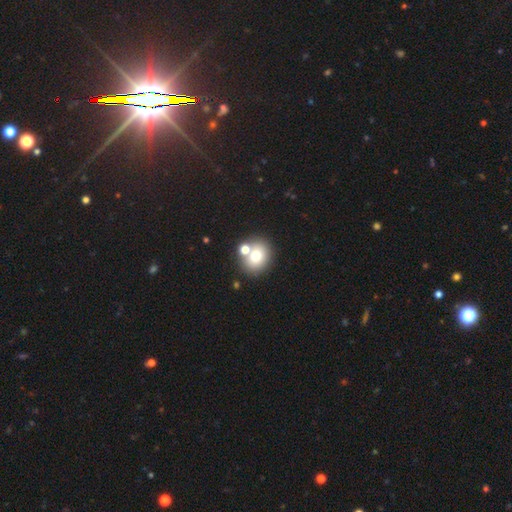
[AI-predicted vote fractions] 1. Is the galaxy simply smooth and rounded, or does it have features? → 72% smooth, 16% featured or disk, 13% star or artifact.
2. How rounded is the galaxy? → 72% round, 27% in between, 1% cigar-shaped.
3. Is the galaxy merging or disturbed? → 62% none, 26% merger, 9% minor disturbance, 3% major disturbance.